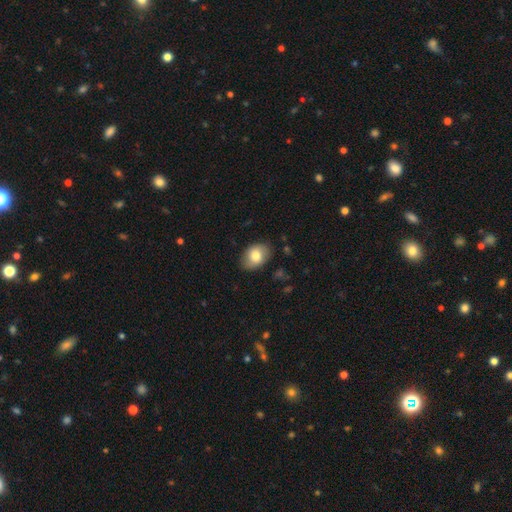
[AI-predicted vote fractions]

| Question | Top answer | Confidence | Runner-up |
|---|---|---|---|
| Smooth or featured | smooth | 78% | featured or disk (15%) |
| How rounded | in between | 79% | round (20%) |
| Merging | none | 84% | minor disturbance (13%) |